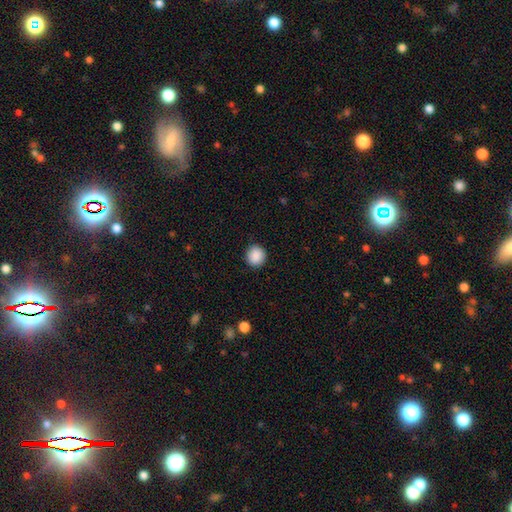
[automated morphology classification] Smooth or featured?
  - smooth: 90% *
  - star or artifact: 8%
  - featured or disk: 3%
How rounded?
  - round: 90% *
  - in between: 10%
  - cigar-shaped: 1%
Merging?
  - none: 90% *
  - minor disturbance: 7%
  - major disturbance: 2%
  - merger: 1%